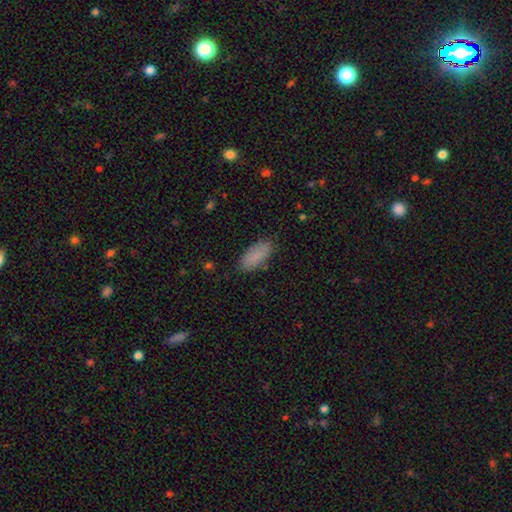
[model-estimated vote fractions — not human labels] Smooth or featured? smooth (85%)
How rounded? in between (89%)
Merging? none (83%)